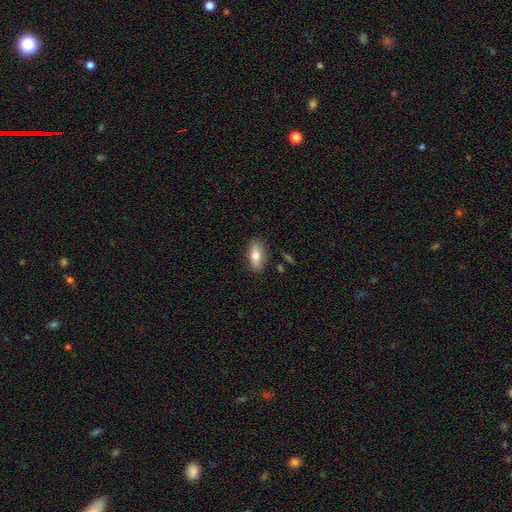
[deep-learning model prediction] Q: Smooth or featured?
A: smooth (73%); runner-up: featured or disk (20%)
Q: How rounded?
A: in between (81%); runner-up: cigar-shaped (15%)
Q: Merging?
A: none (85%); runner-up: minor disturbance (11%)